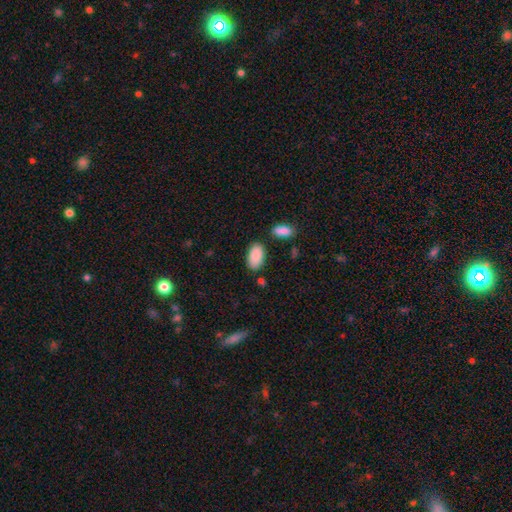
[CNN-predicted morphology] smooth 90%, star or artifact 6%, featured or disk 4%. Down the decision tree: how rounded — in between (95%); merging — none (80%).